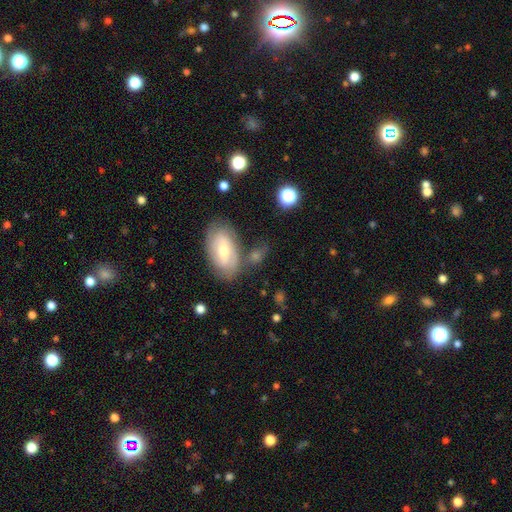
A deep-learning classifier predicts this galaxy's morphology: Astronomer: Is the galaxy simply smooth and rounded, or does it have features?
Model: featured or disk — 47% (runner-up: smooth, 42%).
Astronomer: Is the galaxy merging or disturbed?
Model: none — 64%.